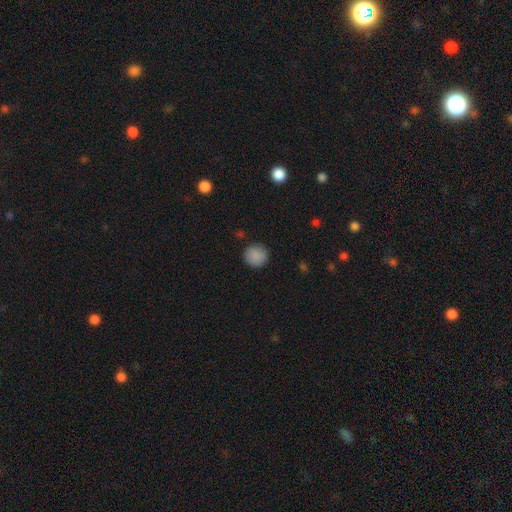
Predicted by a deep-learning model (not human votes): smooth_or_featured: smooth (p=0.88) [alt: star or artifact p=0.08]
how_rounded: round (p=0.92) [alt: in between p=0.07]
merging: none (p=0.88) [alt: minor disturbance p=0.09]